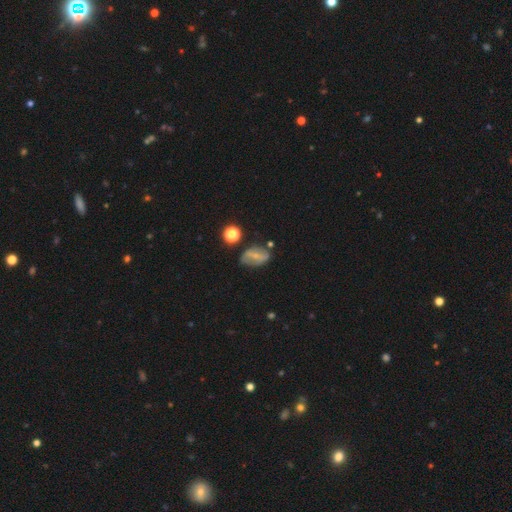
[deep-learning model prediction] Q: Smooth or featured?
A: featured or disk (46%); runner-up: smooth (43%)
Q: Merging?
A: none (62%); runner-up: minor disturbance (25%)